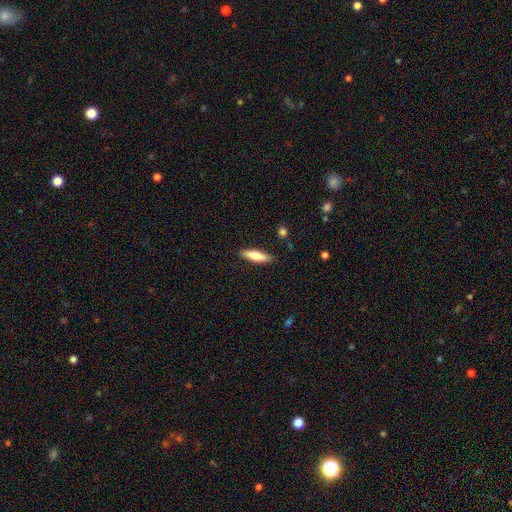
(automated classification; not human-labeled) Smooth or featured: smooth — 75% (featured or disk — 20%)
How rounded: cigar-shaped — 69% (in between — 29%)
Merging: none — 88% (minor disturbance — 9%)